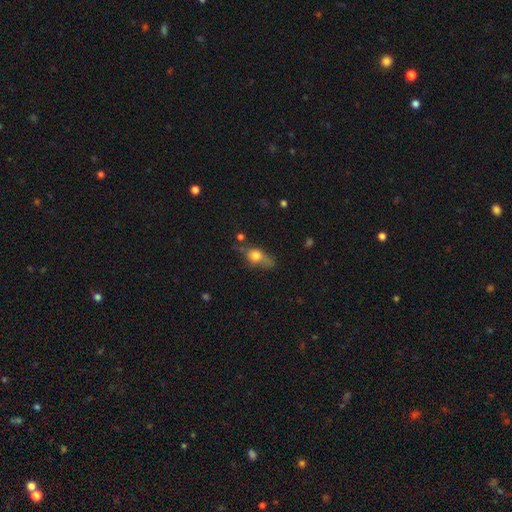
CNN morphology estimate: type=smooth (65%); roundness=in between (55%); merging=none (45%).